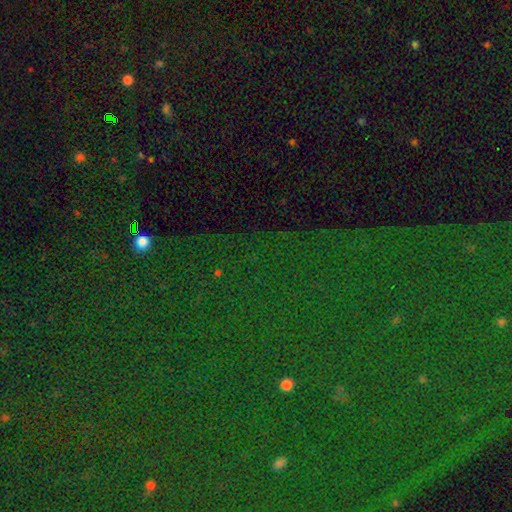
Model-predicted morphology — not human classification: Smooth or featured? Predicted: star or artifact (p=0.84).